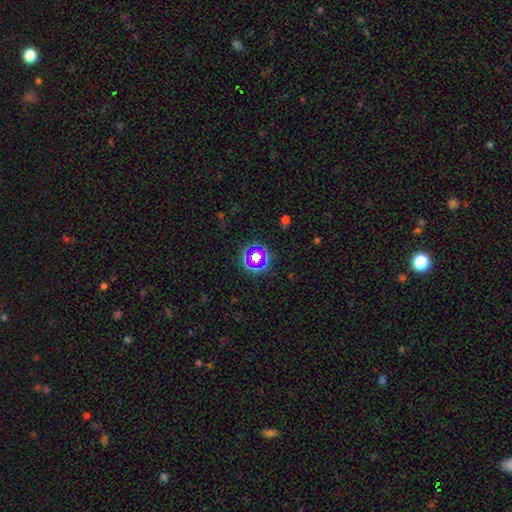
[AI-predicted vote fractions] smooth_or_featured: star or artifact (p=0.55) [alt: smooth p=0.32]